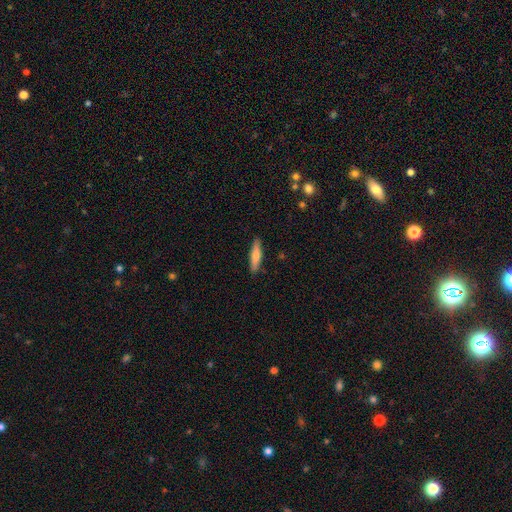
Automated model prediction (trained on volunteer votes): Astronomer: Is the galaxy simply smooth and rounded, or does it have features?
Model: smooth — 65%.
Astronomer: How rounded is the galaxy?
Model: cigar-shaped — 79%.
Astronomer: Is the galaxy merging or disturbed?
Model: none — 90%.